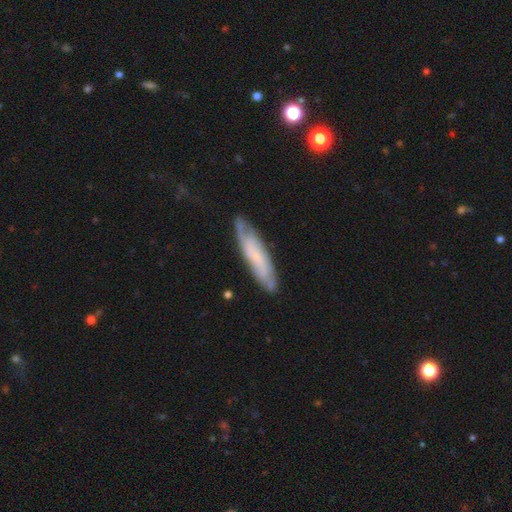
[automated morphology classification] Smooth or featured? Predicted: featured or disk (p=0.56). Edge-on disk? Predicted: no (p=0.62). Merging? Predicted: none (p=0.74).